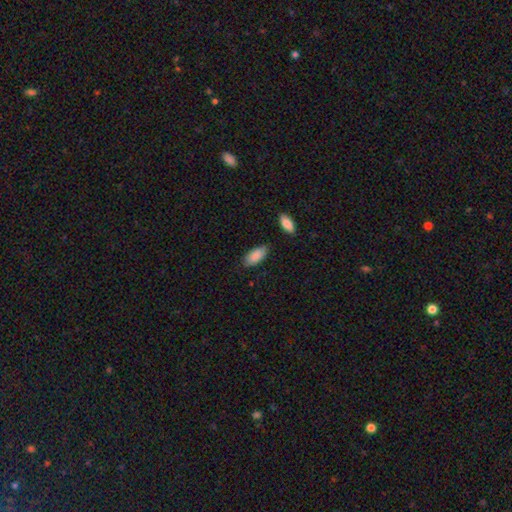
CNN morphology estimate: The model was most divided on "merging": none: 80%, minor disturbance: 14%, merger: 3%, major disturbance: 3%. More confident: how rounded — in between (89%); smooth or featured — smooth (87%).